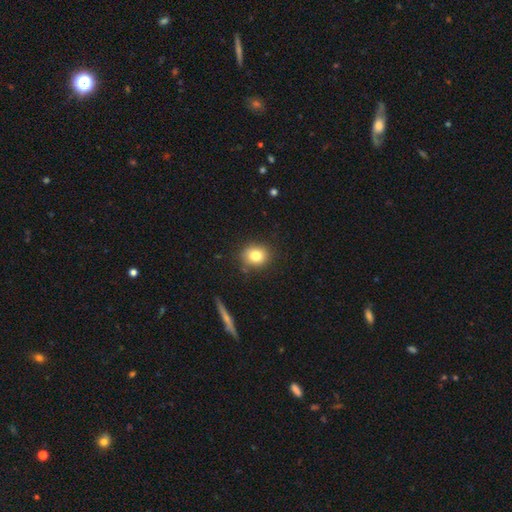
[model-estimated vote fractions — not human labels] This appears to be a smooth galaxy with no disk features (80%) that is round (75%). Merging: none (84%).